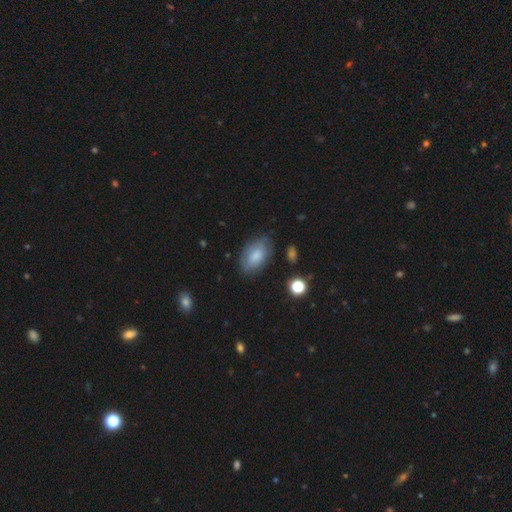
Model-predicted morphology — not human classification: smooth-or-featured: smooth: 67% | featured or disk: 24% | star or artifact: 8%
  how-rounded: in between: 91% | round: 7% | cigar-shaped: 2%
  merging: none: 73% | minor disturbance: 19% | major disturbance: 6% | merger: 2%